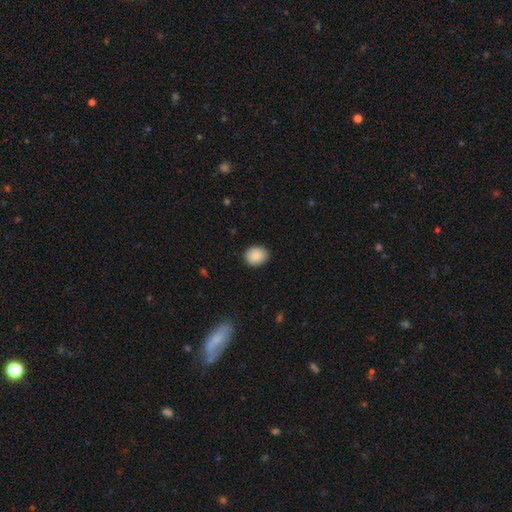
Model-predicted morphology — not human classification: Overall: smooth (88%). How rounded: round (61%; in between 39%). Merging: none (88%).